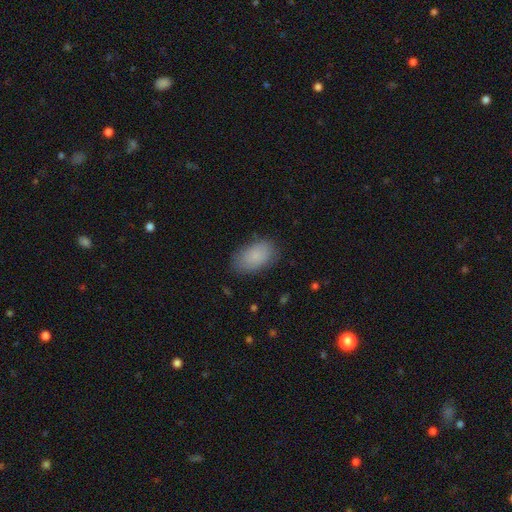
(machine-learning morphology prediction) This appears to be a smooth galaxy with no disk features (85%) that is in between round and cigar-shaped (93%). Merging: none (81%).